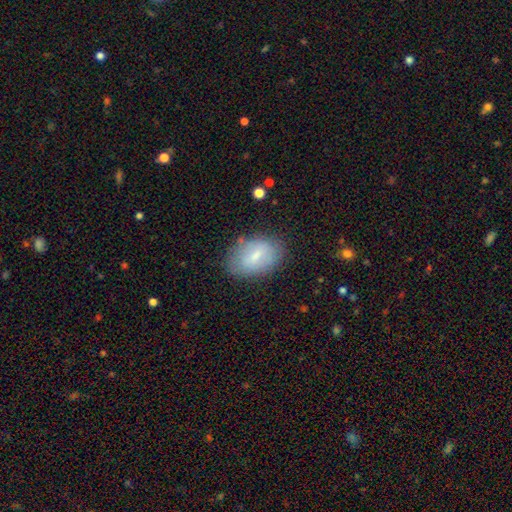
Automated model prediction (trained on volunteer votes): Smooth or featured?
  - smooth: 64% *
  - featured or disk: 28%
  - star or artifact: 8%
How rounded?
  - in between: 87% *
  - round: 11%
  - cigar-shaped: 2%
Merging?
  - none: 76% *
  - minor disturbance: 17%
  - major disturbance: 5%
  - merger: 2%